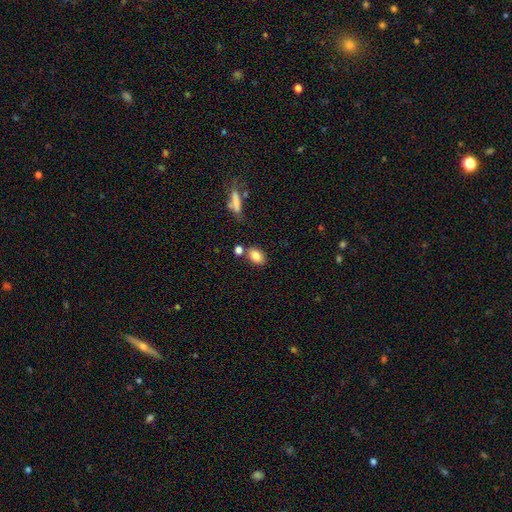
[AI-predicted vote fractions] Smooth or featured? Predicted: smooth (p=0.83). How rounded? Predicted: in between (p=0.81). Merging? Predicted: none (p=0.71).